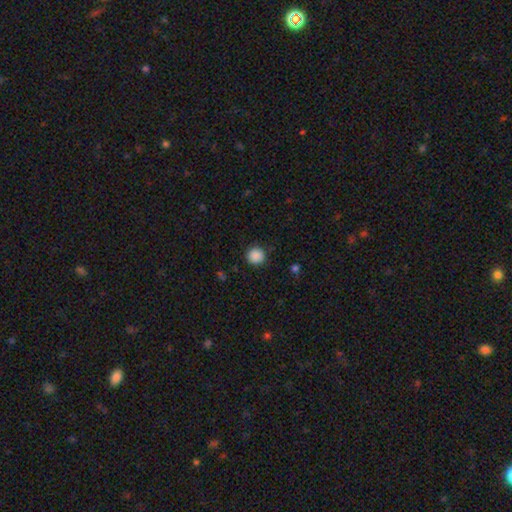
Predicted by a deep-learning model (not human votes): A smooth galaxy with no disk features (88%) that is round (94%).

Vote fractions:
- Smooth or featured? smooth: 88% / star or artifact: 9% / featured or disk: 3%
- How rounded? round: 94% / in between: 6% / cigar-shaped: 1%
- Merging? none: 90% / minor disturbance: 7% / major disturbance: 2% / merger: 1%